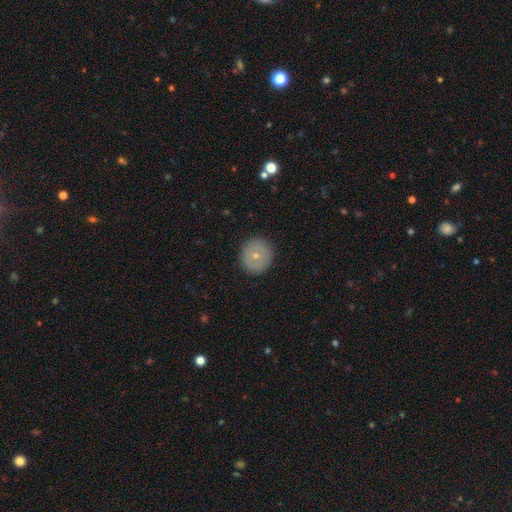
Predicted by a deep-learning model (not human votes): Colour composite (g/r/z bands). It shows a smooth galaxy with no disk features (61%) that is round (92%). Merging: none (90%).